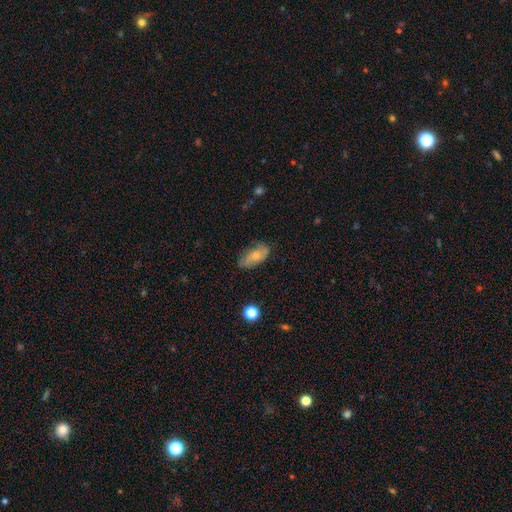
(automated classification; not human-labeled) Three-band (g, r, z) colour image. It shows a smooth galaxy with no disk features (59%) that is in between round and cigar-shaped (90%). Merging: none (72%).